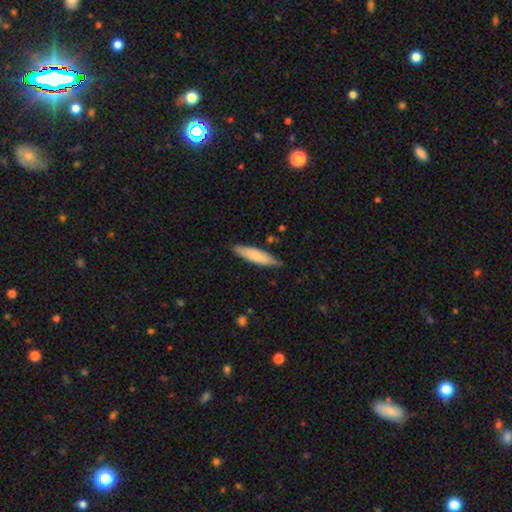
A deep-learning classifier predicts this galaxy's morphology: Smooth or featured?
  - smooth: 76% *
  - featured or disk: 19%
  - star or artifact: 5%
How rounded?
  - cigar-shaped: 70% *
  - in between: 29%
  - round: 1%
Merging?
  - none: 83% *
  - minor disturbance: 14%
  - major disturbance: 2%
  - merger: 1%